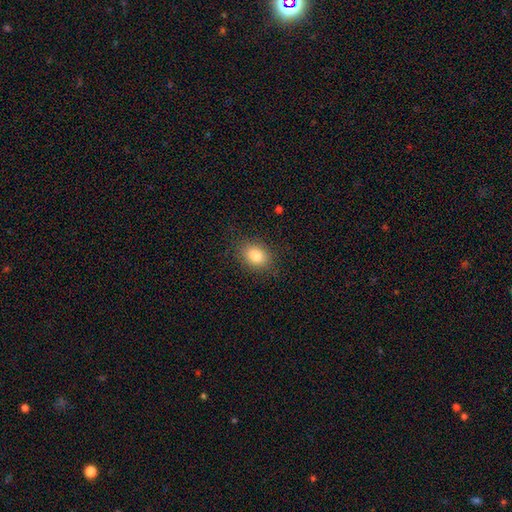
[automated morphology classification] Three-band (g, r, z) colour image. It shows a smooth galaxy with no disk features (84%) that is in between round and cigar-shaped (68%). Merging: none (84%).